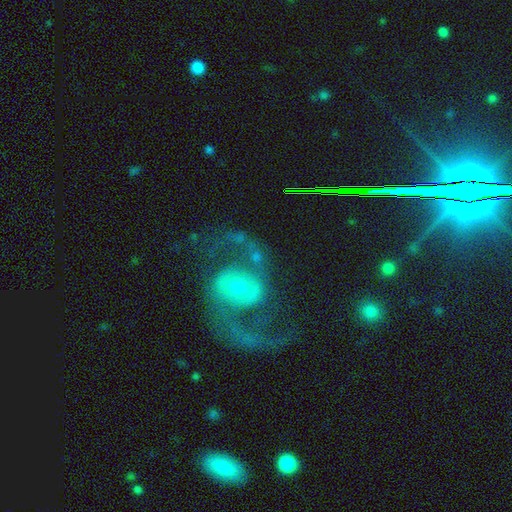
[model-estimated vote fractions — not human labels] Smooth or featured? Predicted: featured or disk (p=0.82). Edge-on disk? Predicted: no (p=0.97). Bar? Predicted: no (p=0.51). Spiral arms? Predicted: yes (p=0.88). Spiral winding? Predicted: medium (p=0.48). Spiral arm count? Predicted: 2 (p=0.88). Bulge size? Predicted: moderate (p=0.55). Merging? Predicted: none (p=0.63).